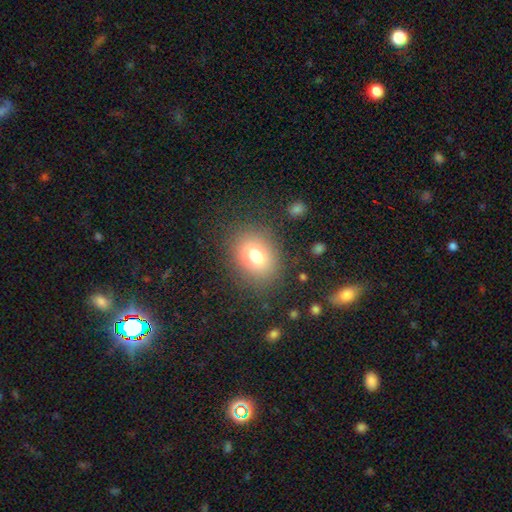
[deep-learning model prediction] Smooth or featured: smooth — 78% (star or artifact — 12%)
How rounded: in between — 52% (round — 47%)
Merging: none — 83% (minor disturbance — 10%)